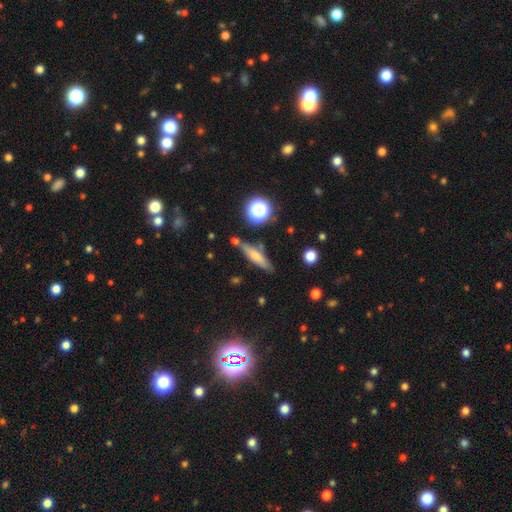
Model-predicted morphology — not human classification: Overall: smooth (62%; featured or disk 28%). How rounded: cigar-shaped (74%). Merging: none (74%).